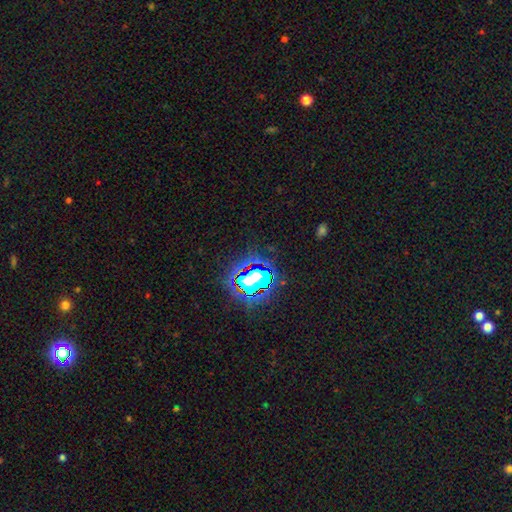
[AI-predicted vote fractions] This is clearly a star or artifact rather than a galaxy (81%).